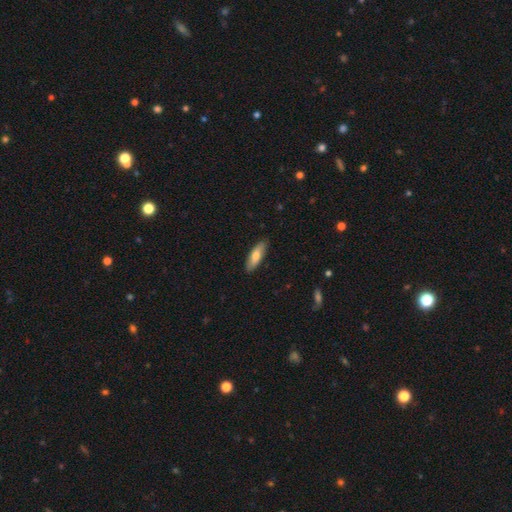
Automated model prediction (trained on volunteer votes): smooth_or_featured: smooth (p=0.75) [alt: featured or disk p=0.20]
how_rounded: in between (p=0.52) [alt: cigar-shaped p=0.46]
merging: none (p=0.87) [alt: minor disturbance p=0.10]